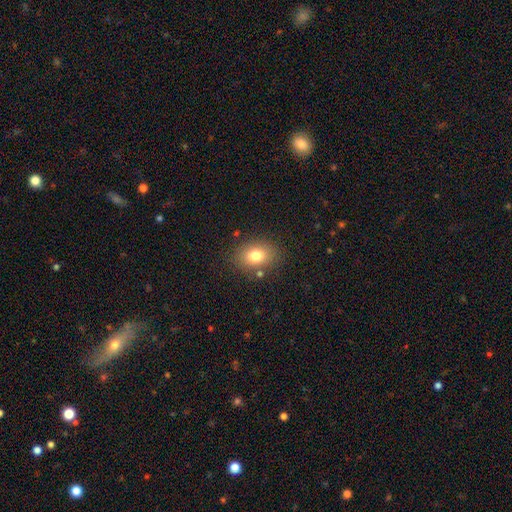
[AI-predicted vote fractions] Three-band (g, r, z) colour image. It shows a smooth galaxy with no disk features (78%) that is in between round and cigar-shaped (68%). Merging: none (81%).